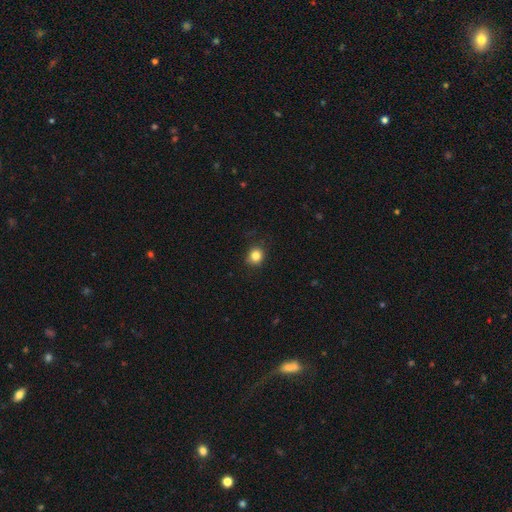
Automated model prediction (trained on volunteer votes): Smooth or featured? smooth (83%)
How rounded? round (81%)
Merging? none (86%)